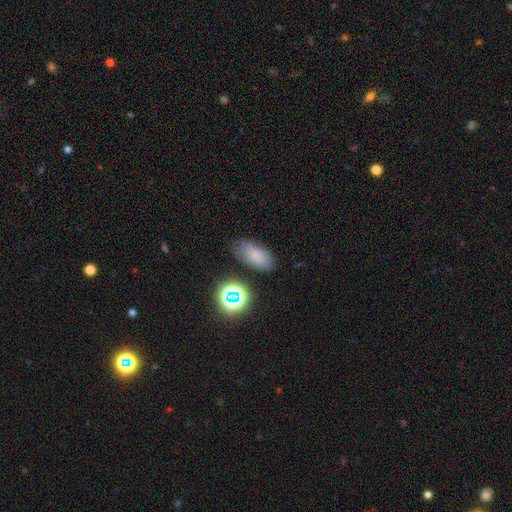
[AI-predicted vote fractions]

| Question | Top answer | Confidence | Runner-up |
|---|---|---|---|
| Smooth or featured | smooth | 75% | star or artifact (15%) |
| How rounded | in between | 88% | round (6%) |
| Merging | none | 77% | minor disturbance (16%) |